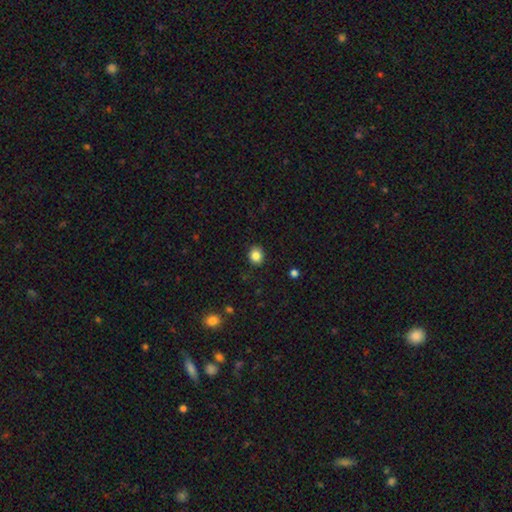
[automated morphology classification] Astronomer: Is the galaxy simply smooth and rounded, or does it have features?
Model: smooth — 85%.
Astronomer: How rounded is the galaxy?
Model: round — 73%.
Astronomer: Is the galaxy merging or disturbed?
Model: none — 88%.